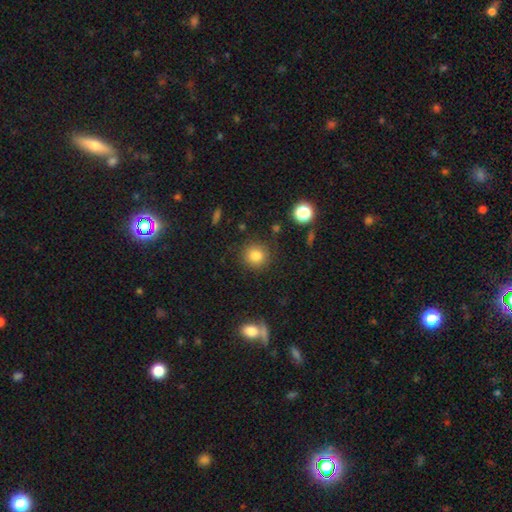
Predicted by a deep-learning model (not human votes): This is clearly a smooth galaxy (82%). How rounded: clearly round (88%). Merging: clearly none (84%).